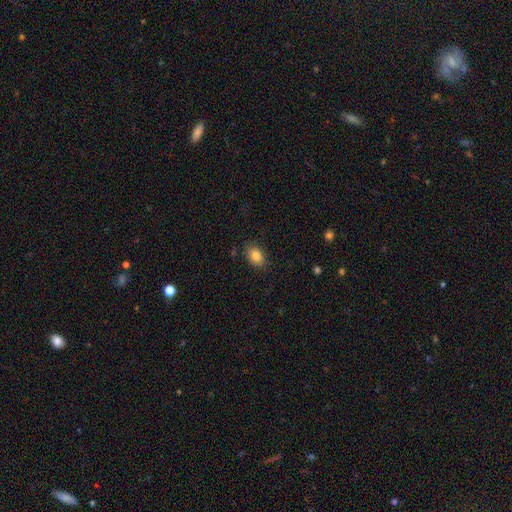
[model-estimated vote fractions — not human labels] Smooth or featured? smooth (85%)
How rounded? in between (79%)
Merging? none (82%)